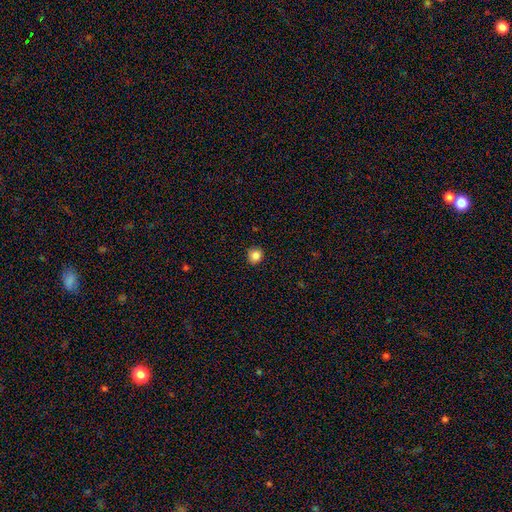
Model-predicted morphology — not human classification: type=smooth (85%); roundness=round (91%); merging=none (90%).